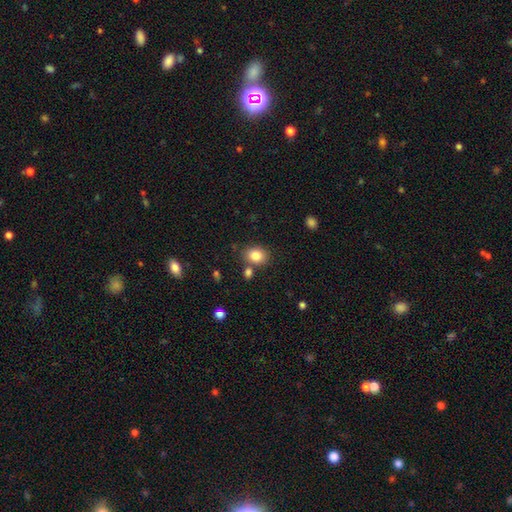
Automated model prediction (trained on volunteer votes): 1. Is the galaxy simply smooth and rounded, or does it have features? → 84% smooth, 10% star or artifact, 7% featured or disk.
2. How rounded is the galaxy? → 57% in between, 42% round, 1% cigar-shaped.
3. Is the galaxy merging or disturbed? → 75% none, 11% minor disturbance, 10% merger, 3% major disturbance.